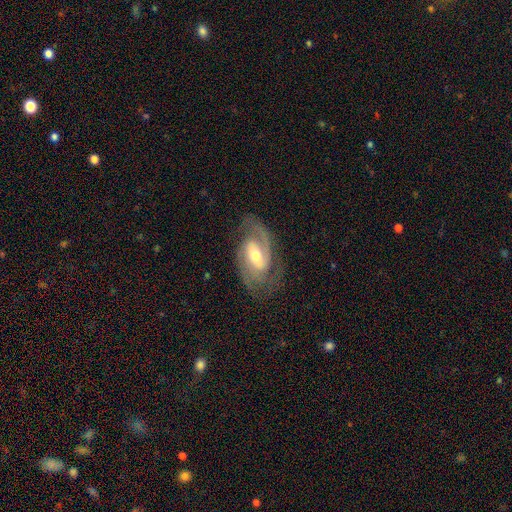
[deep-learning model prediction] featured or disk 89%, smooth 6%, star or artifact 5%. Down the decision tree: edge-on disk — no (96%); bar — weak (48%); spiral arms — yes (97%); spiral arm count — 2 (78%); spiral winding — medium (49%); bulge size — moderate (63%); merging — none (77%).